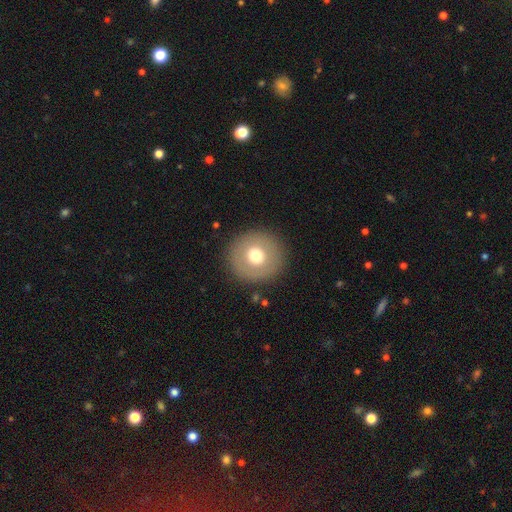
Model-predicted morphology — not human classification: This is likely a smooth galaxy (67%). How rounded: clearly round (94%). Merging: clearly none (90%).